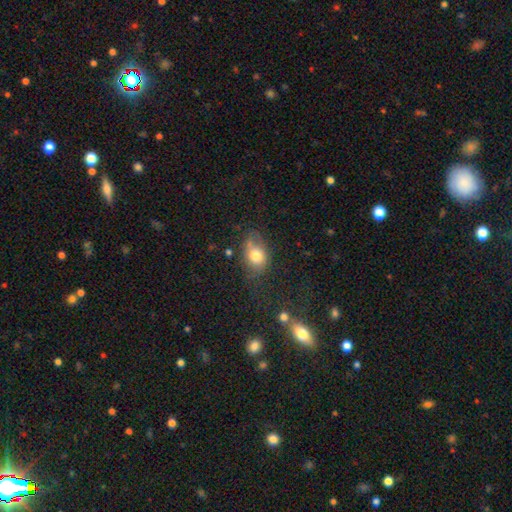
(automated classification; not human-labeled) Smooth or featured?
  - smooth: 75% *
  - featured or disk: 14%
  - star or artifact: 10%
How rounded?
  - in between: 68% *
  - round: 30%
  - cigar-shaped: 2%
Merging?
  - none: 51% *
  - minor disturbance: 30%
  - major disturbance: 13%
  - merger: 5%